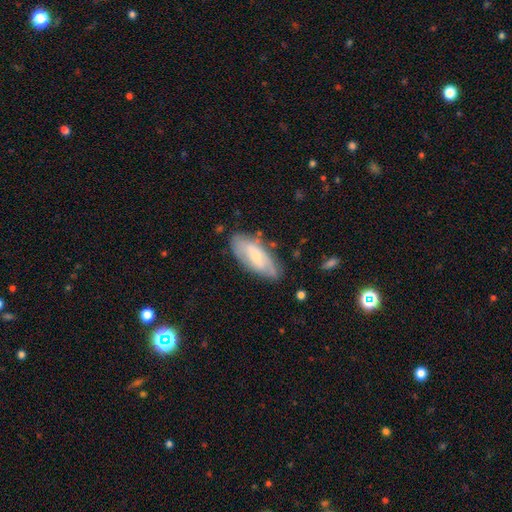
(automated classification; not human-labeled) A featured or disk galaxy (53%).

Vote fractions:
- Smooth or featured? featured or disk: 53% / smooth: 41% / star or artifact: 6%
- Edge-on disk? no: 85% / yes: 15%
- Merging? none: 70% / minor disturbance: 21% / major disturbance: 6% / merger: 3%